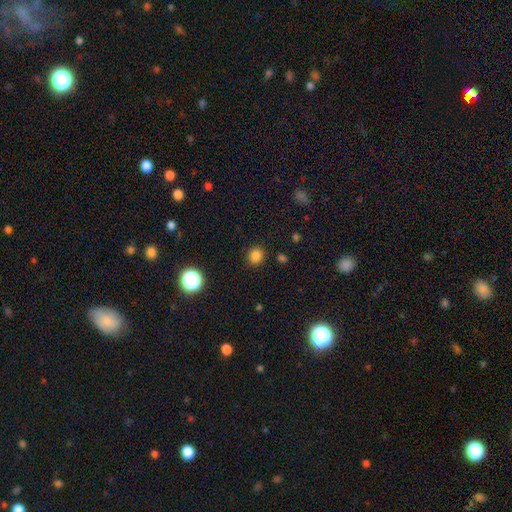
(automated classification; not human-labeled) Smooth or featured?
  - smooth: 82% *
  - star or artifact: 14%
  - featured or disk: 4%
How rounded?
  - round: 85% *
  - in between: 14%
  - cigar-shaped: 1%
Merging?
  - none: 88% *
  - minor disturbance: 8%
  - major disturbance: 3%
  - merger: 2%